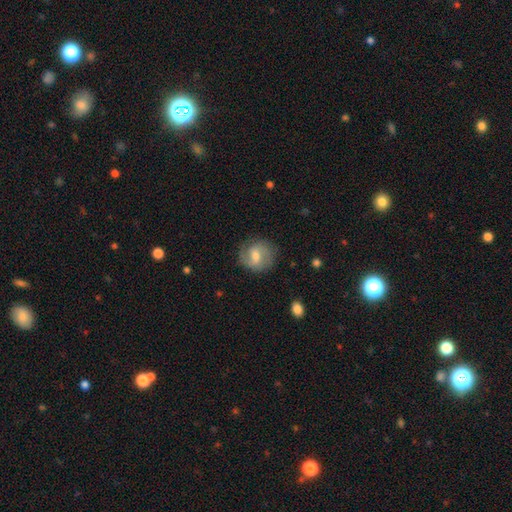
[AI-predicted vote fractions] This appears to be a featured or disk galaxy (58%) with a weak bar (56%), spiral arms (86%) and a moderate central bulge (56%). Merging: none (78%).